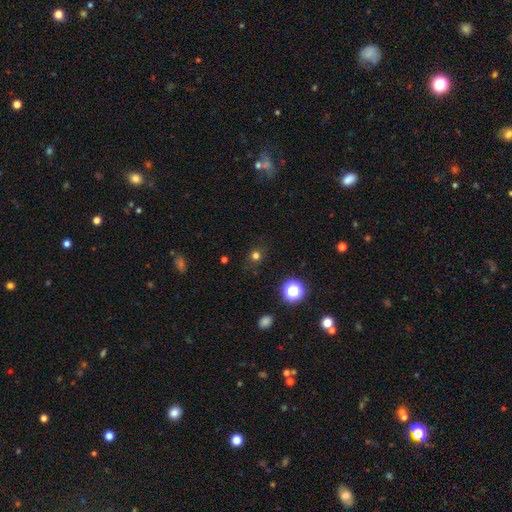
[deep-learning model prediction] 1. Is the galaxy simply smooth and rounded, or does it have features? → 70% smooth, 24% star or artifact, 6% featured or disk.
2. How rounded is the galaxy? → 87% round, 12% in between, 1% cigar-shaped.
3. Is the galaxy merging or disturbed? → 84% none, 11% minor disturbance, 4% major disturbance, 2% merger.